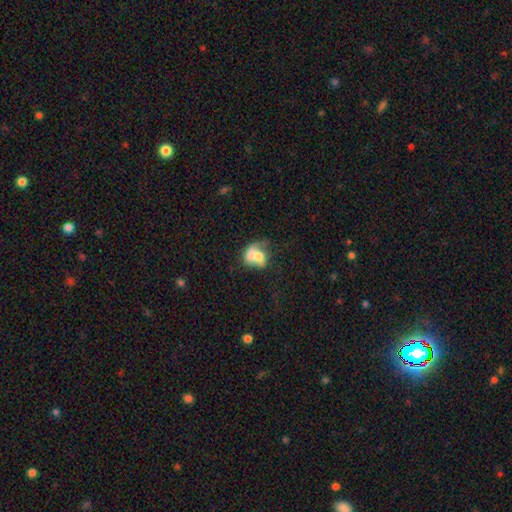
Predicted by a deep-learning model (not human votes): A smooth galaxy with no disk features (56%) that is in between round and cigar-shaped (60%). Merging: merger (54%).